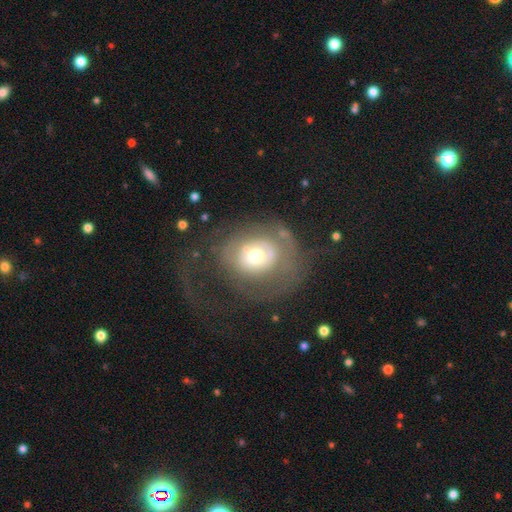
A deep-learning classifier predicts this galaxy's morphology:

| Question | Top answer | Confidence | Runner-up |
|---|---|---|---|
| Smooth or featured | featured or disk | 54% | smooth (37%) |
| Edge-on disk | no | 96% | yes (4%) |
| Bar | no | 83% | weak (13%) |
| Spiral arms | no | 59% | yes (41%) |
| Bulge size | moderate | 63% | small (17%) |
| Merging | none | 40% | tied: major disturbance (40%) |